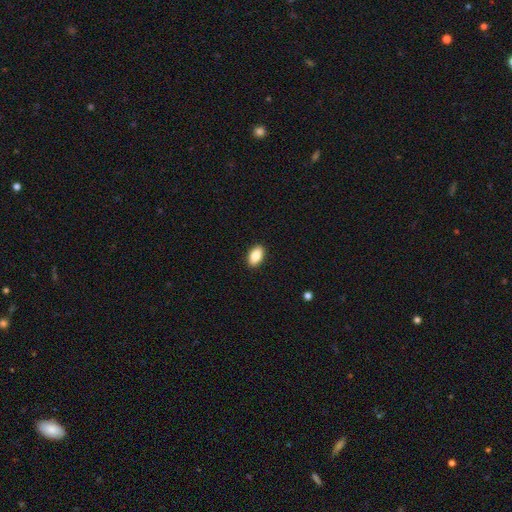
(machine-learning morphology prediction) This appears to be a smooth galaxy with no disk features (86%) that is in between round and cigar-shaped (92%). Merging: none (91%).